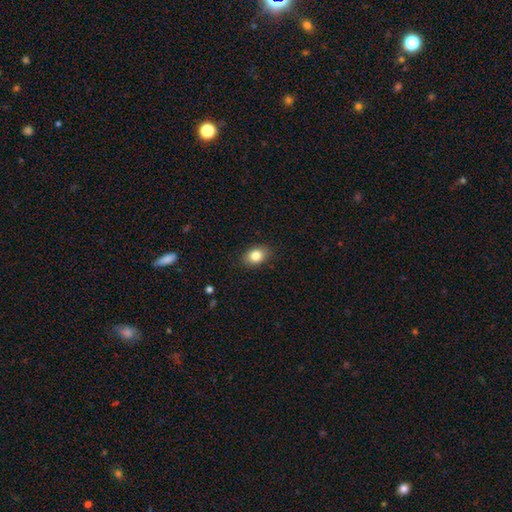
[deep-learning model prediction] smooth-or-featured: smooth: 84% | star or artifact: 9% | featured or disk: 7%
  how-rounded: in between: 74% | round: 25% | cigar-shaped: 1%
  merging: none: 87% | minor disturbance: 10% | major disturbance: 2% | merger: 1%